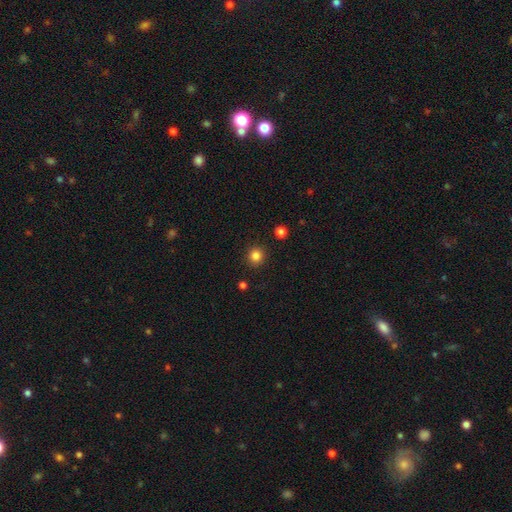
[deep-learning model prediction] smooth-or-featured: smooth: 84% | star or artifact: 12% | featured or disk: 4%
  how-rounded: round: 93% | in between: 7% | cigar-shaped: 1%
  merging: none: 91% | minor disturbance: 5% | major disturbance: 2% | merger: 2%